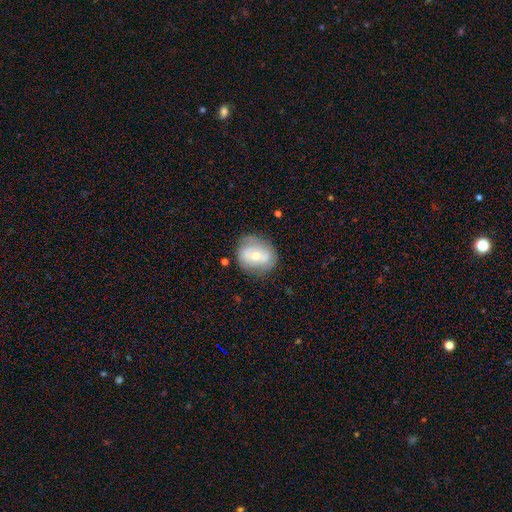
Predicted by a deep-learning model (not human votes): Overall: featured or disk (48%; smooth 45%). Merging: none (71%).